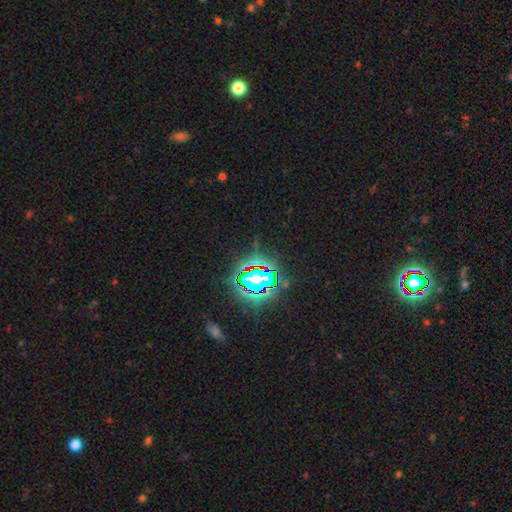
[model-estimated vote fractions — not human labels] Smooth or featured? star or artifact (78%)